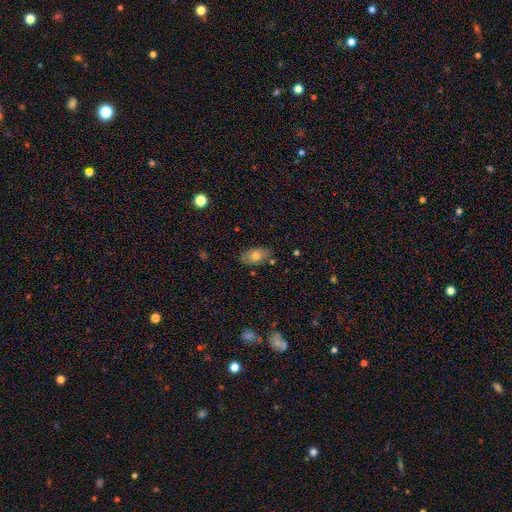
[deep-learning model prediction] Smooth or featured?
  - smooth: 72% *
  - featured or disk: 19%
  - star or artifact: 9%
How rounded?
  - in between: 90% *
  - round: 7%
  - cigar-shaped: 3%
Merging?
  - none: 79% *
  - minor disturbance: 15%
  - major disturbance: 3%
  - merger: 3%